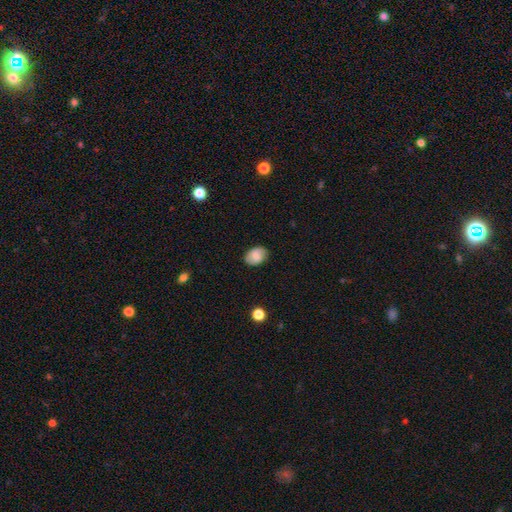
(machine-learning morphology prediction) This is likely a smooth galaxy (76%). How rounded: likely in between (77%). Merging: clearly none (83%).